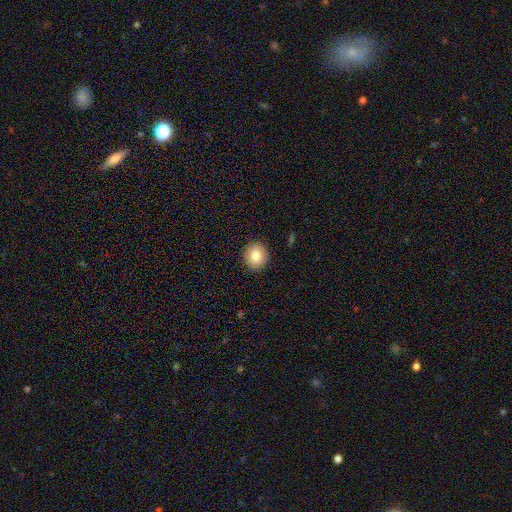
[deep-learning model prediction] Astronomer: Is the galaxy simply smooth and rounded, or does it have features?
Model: smooth — 83%.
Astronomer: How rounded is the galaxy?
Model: round — 84%.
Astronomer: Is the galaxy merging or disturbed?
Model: none — 90%.